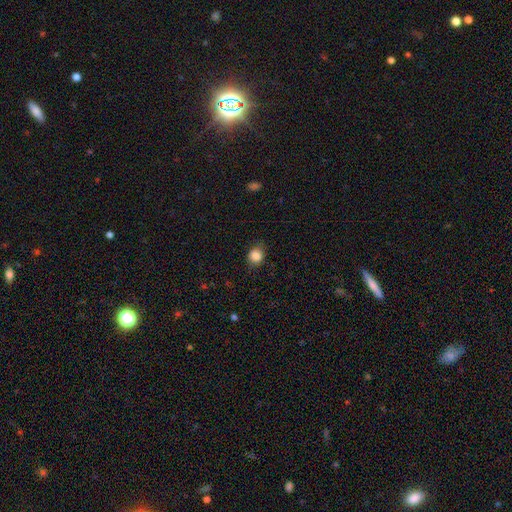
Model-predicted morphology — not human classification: Q: Smooth or featured?
A: smooth (85%); runner-up: star or artifact (10%)
Q: How rounded?
A: round (71%); runner-up: in between (28%)
Q: Merging?
A: none (80%); runner-up: minor disturbance (16%)